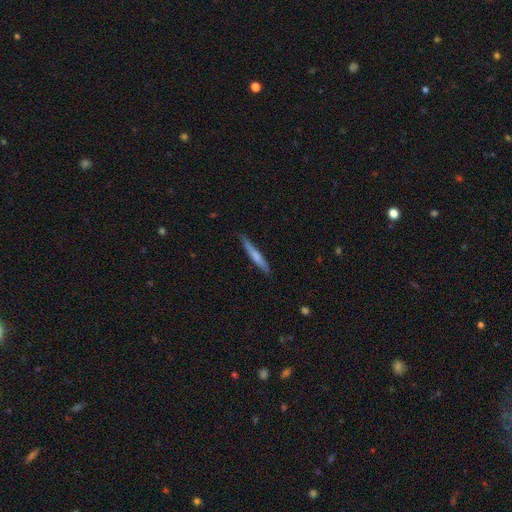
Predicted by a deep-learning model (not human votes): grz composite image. It shows a smooth galaxy with no disk features (61%) that is cigar-shaped (95%). Merging: none (86%).